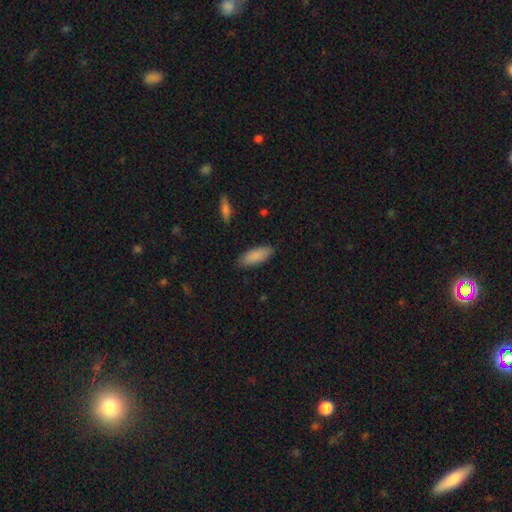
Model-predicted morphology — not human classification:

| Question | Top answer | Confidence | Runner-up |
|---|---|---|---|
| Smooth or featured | smooth | 88% | featured or disk (6%) |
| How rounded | in between | 72% | cigar-shaped (26%) |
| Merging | none | 86% | minor disturbance (11%) |